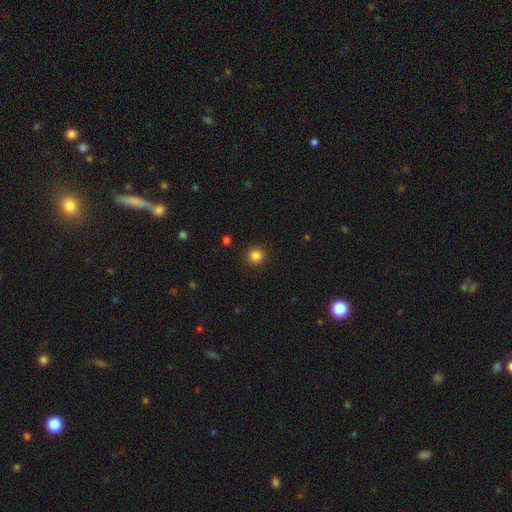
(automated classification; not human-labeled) Smooth or featured? Predicted: smooth (p=0.85). How rounded? Predicted: round (p=0.93). Merging? Predicted: none (p=0.92).